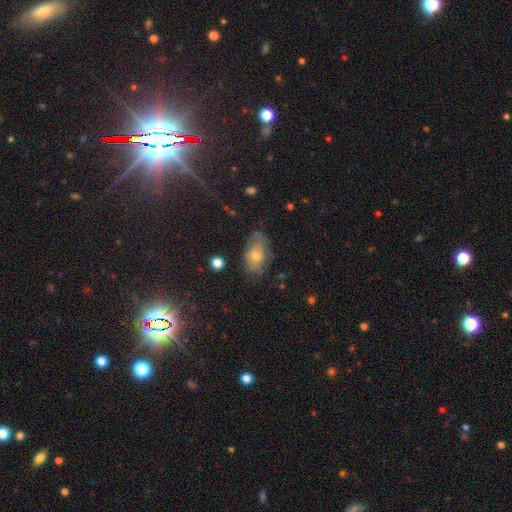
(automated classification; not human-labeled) Smooth or featured: smooth — 42% (featured or disk — 37%)
Merging: none — 65% (minor disturbance — 24%)